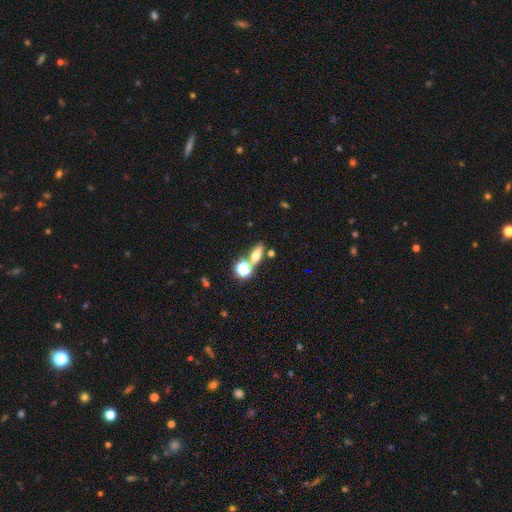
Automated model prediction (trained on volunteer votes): Smooth or featured: smooth — 54% (featured or disk — 29%)
How rounded: in between — 50% (cigar-shaped — 29%)
Merging: none — 65% (merger — 21%)